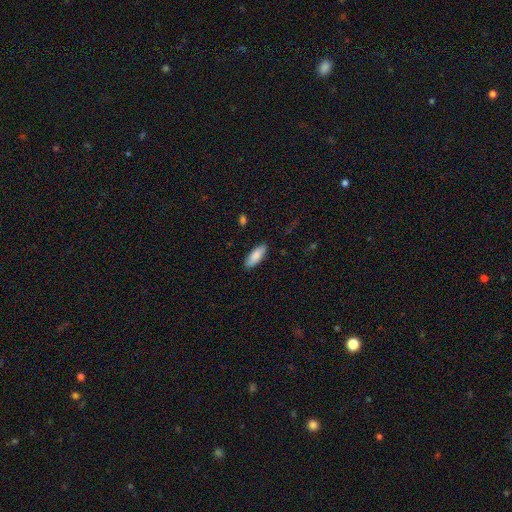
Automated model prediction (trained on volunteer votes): Q: Smooth or featured?
A: smooth (87%); runner-up: featured or disk (7%)
Q: How rounded?
A: in between (68%); runner-up: cigar-shaped (31%)
Q: Merging?
A: none (88%); runner-up: minor disturbance (9%)